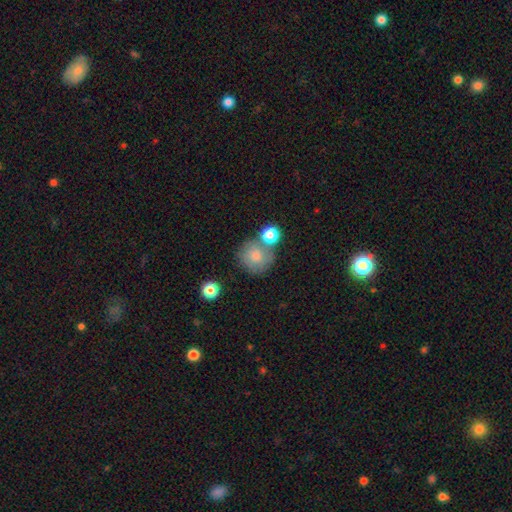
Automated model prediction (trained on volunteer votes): This is likely a smooth galaxy (75%). How rounded: clearly round (87%). Merging: possibly none (54%).